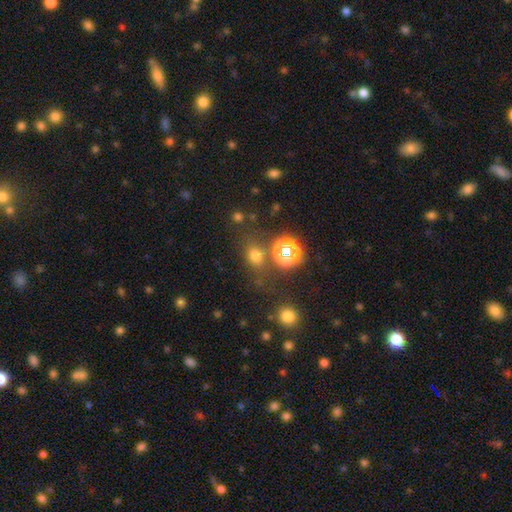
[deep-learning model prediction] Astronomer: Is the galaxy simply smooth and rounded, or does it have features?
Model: smooth — 68%.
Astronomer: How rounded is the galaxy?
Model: round — 57% (runner-up: in between, 41%).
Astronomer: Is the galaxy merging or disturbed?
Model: none — 71%.